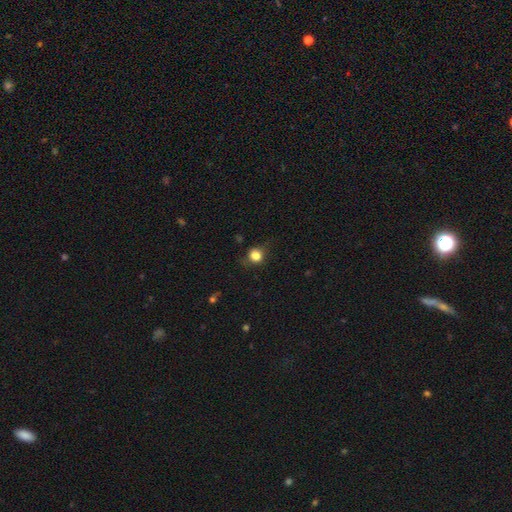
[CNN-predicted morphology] Smooth or featured?
  - smooth: 81% *
  - star or artifact: 11%
  - featured or disk: 7%
How rounded?
  - round: 69% *
  - in between: 29%
  - cigar-shaped: 1%
Merging?
  - none: 68% *
  - minor disturbance: 23%
  - major disturbance: 8%
  - merger: 2%